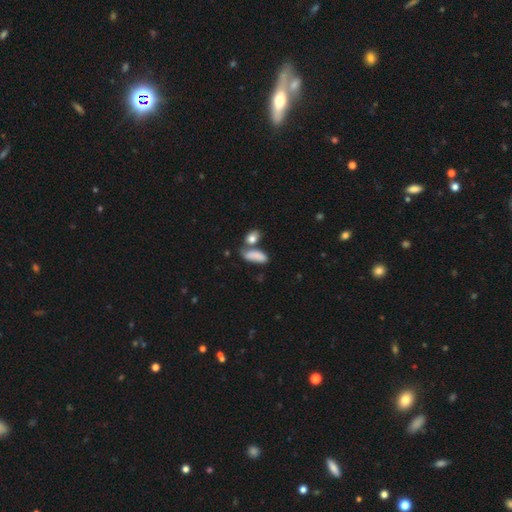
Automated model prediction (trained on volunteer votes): Overall: smooth (83%). How rounded: in between (79%). Merging: none (43%; merger 33%).